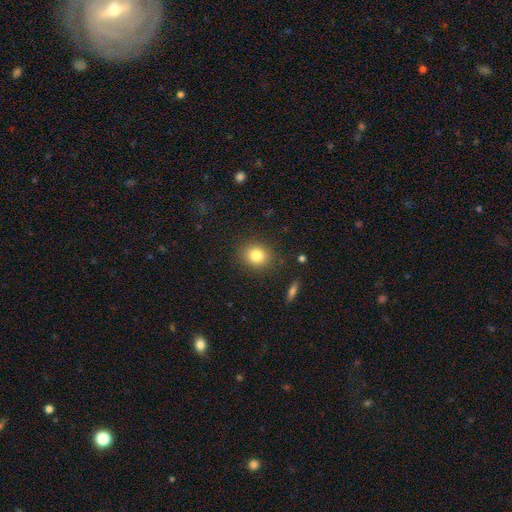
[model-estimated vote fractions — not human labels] Smooth or featured?
  - smooth: 81% *
  - star or artifact: 11%
  - featured or disk: 8%
How rounded?
  - round: 73% *
  - in between: 26%
  - cigar-shaped: 1%
Merging?
  - none: 87% *
  - minor disturbance: 8%
  - major disturbance: 3%
  - merger: 1%